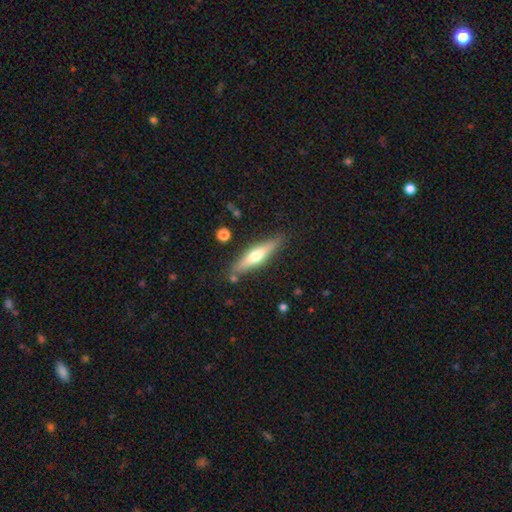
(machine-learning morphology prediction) The model was most divided on "smooth or featured" (2-way tie): smooth: 47%, featured or disk: 47%, star or artifact: 6%. More confident: merging — none (83%).